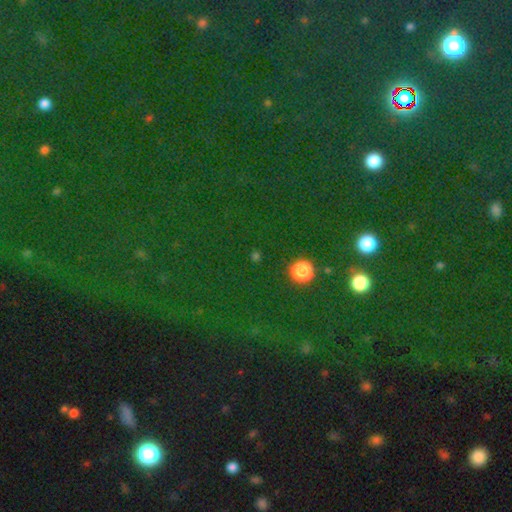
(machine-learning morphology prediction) Smooth or featured? star or artifact (76%)